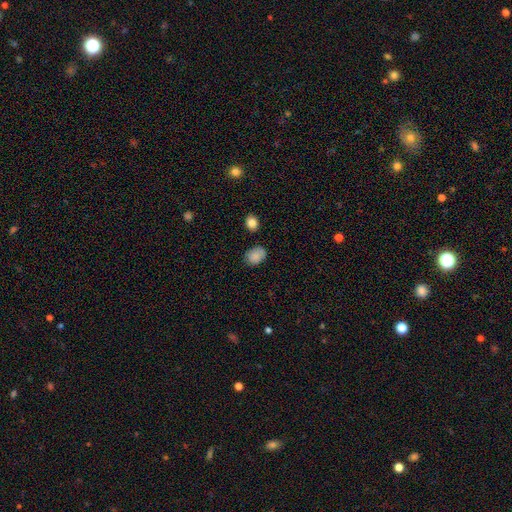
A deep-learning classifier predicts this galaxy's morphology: smooth-or-featured: smooth: 87% | star or artifact: 8% | featured or disk: 5%
  how-rounded: in between: 70% | round: 29% | cigar-shaped: 1%
  merging: none: 76% | minor disturbance: 17% | major disturbance: 3% | merger: 3%